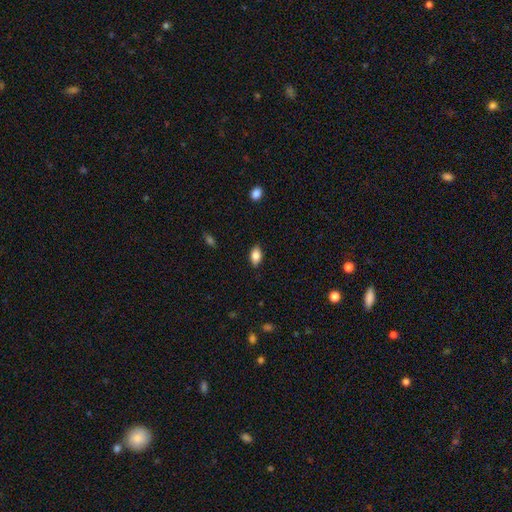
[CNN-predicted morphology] The model was most divided on "merging": none: 86%, minor disturbance: 11%, major disturbance: 2%, merger: 1%. More confident: how rounded — in between (91%); smooth or featured — smooth (84%).